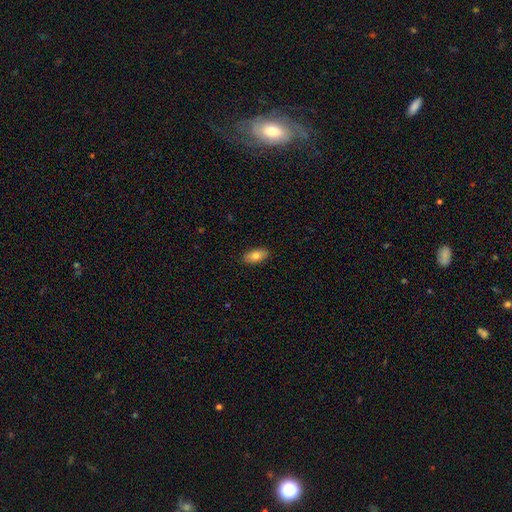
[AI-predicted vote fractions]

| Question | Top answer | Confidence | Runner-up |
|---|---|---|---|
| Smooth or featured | smooth | 80% | featured or disk (14%) |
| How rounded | in between | 91% | cigar-shaped (6%) |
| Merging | none | 89% | minor disturbance (9%) |